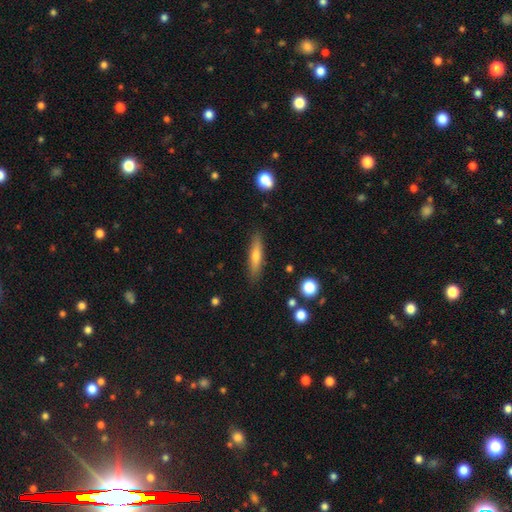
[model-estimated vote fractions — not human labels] Morphology: type=smooth (62%); roundness=cigar-shaped (79%); merging=none (87%).